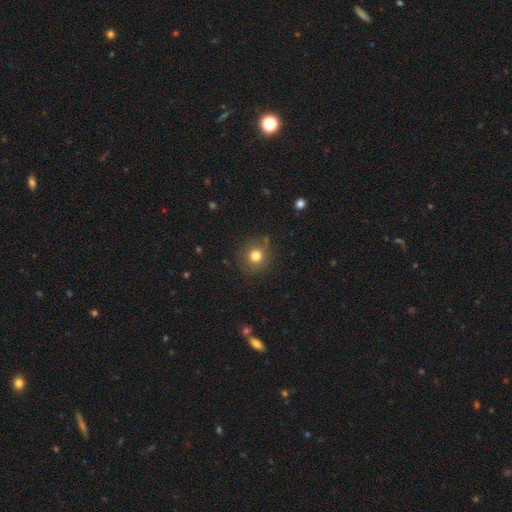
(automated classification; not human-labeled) Q: Smooth or featured?
A: smooth (78%); runner-up: star or artifact (13%)
Q: How rounded?
A: round (91%); runner-up: in between (9%)
Q: Merging?
A: none (82%); runner-up: minor disturbance (12%)